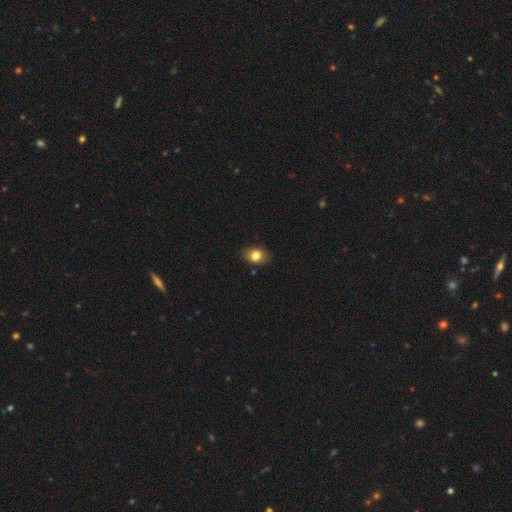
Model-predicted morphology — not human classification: Smooth or featured?
  - smooth: 82% *
  - star or artifact: 9%
  - featured or disk: 9%
How rounded?
  - in between: 67% *
  - round: 32%
  - cigar-shaped: 1%
Merging?
  - none: 84% *
  - minor disturbance: 12%
  - major disturbance: 2%
  - merger: 1%